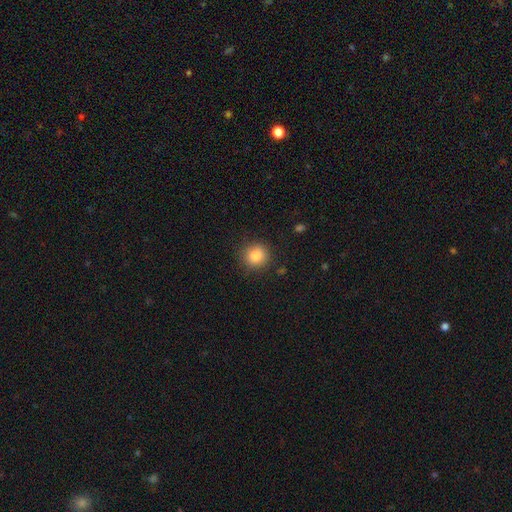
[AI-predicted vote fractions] Smooth or featured? smooth (85%)
How rounded? round (89%)
Merging? none (88%)